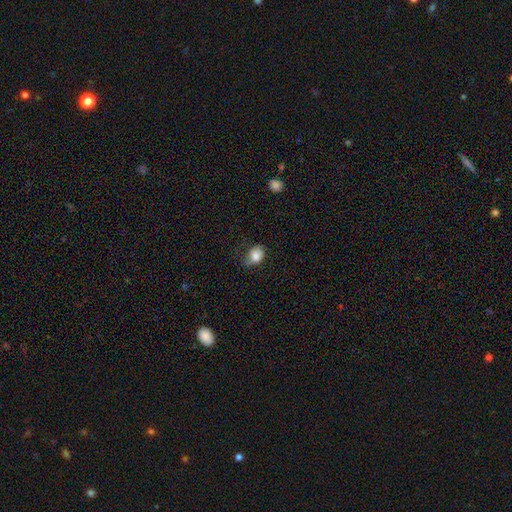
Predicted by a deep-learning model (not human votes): smooth-or-featured: smooth: 77% | featured or disk: 14% | star or artifact: 9%
  how-rounded: in between: 53% | round: 46% | cigar-shaped: 1%
  merging: none: 49% | minor disturbance: 31% | major disturbance: 18% | merger: 2%